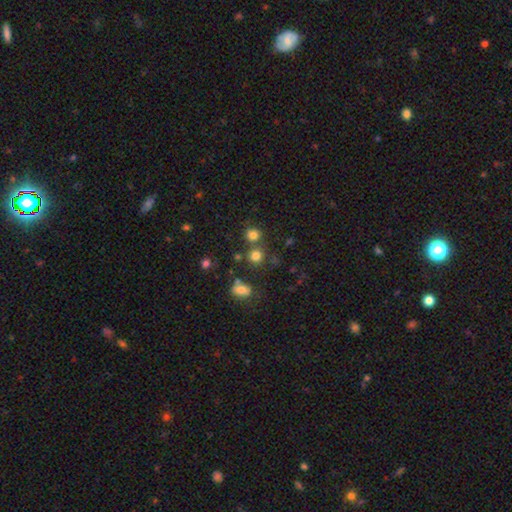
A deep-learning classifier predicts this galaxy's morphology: Overall: smooth (78%). How rounded: round (89%). Merging: none (71%).